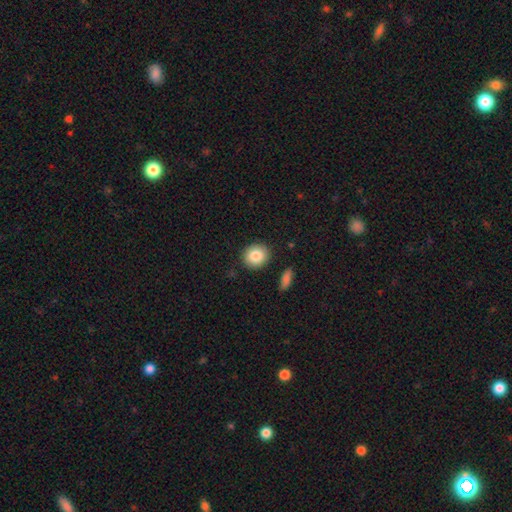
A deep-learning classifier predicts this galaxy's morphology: The model was most divided on "how rounded": round: 78%, in between: 21%, cigar-shaped: 1%. More confident: merging — none (88%); smooth or featured — smooth (85%).